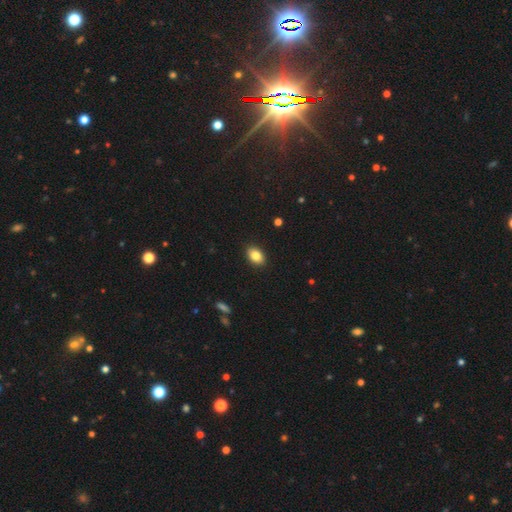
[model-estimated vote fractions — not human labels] A smooth galaxy with no disk features (85%) that is in between round and cigar-shaped (85%).

Vote fractions:
- Smooth or featured? smooth: 85% / star or artifact: 8% / featured or disk: 7%
- How rounded? in between: 85% / round: 13% / cigar-shaped: 1%
- Merging? none: 90% / minor disturbance: 8% / major disturbance: 2% / merger: 1%